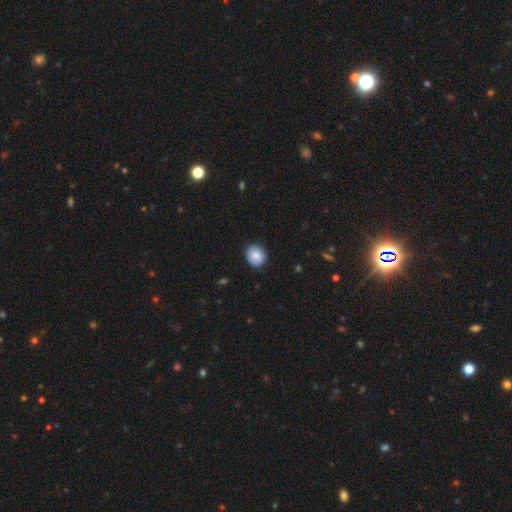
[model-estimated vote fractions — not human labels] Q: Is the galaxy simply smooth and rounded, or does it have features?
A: smooth — 85%.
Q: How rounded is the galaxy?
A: round — 73%.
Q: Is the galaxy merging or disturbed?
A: none — 86%.